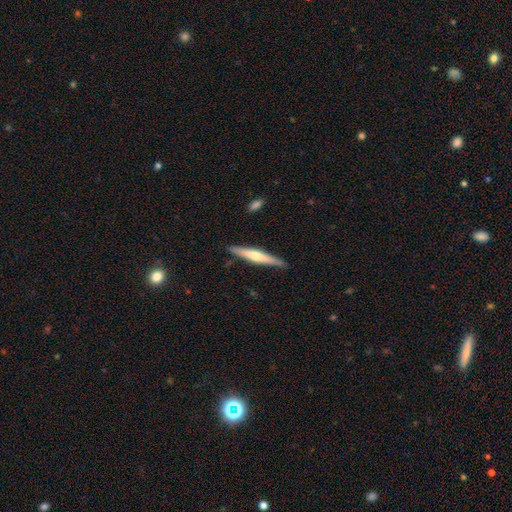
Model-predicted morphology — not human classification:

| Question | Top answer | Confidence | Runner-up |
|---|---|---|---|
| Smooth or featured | featured or disk | 53% | smooth (42%) |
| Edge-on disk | yes | 96% | no (4%) |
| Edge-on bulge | rounded | 66% | none (22%) |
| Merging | none | 88% | minor disturbance (9%) |